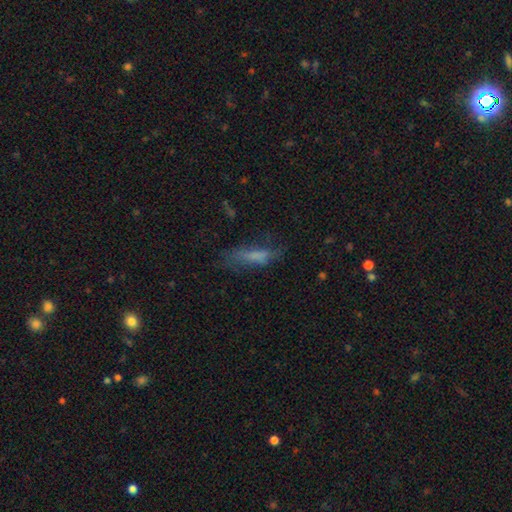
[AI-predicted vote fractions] A smooth galaxy with no disk features (58%) that is cigar-shaped (66%).

Vote fractions:
- Smooth or featured? smooth: 58% / featured or disk: 29% / star or artifact: 13%
- How rounded? cigar-shaped: 66% / in between: 32% / round: 2%
- Merging? none: 49% / minor disturbance: 26% / major disturbance: 22% / merger: 3%